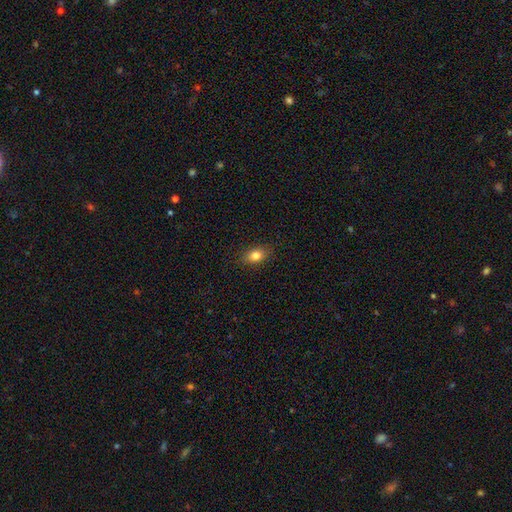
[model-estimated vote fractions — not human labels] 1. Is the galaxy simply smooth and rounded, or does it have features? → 81% smooth, 10% star or artifact, 9% featured or disk.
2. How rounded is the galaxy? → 75% in between, 23% round, 2% cigar-shaped.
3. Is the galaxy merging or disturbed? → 88% none, 9% minor disturbance, 2% major disturbance, 1% merger.